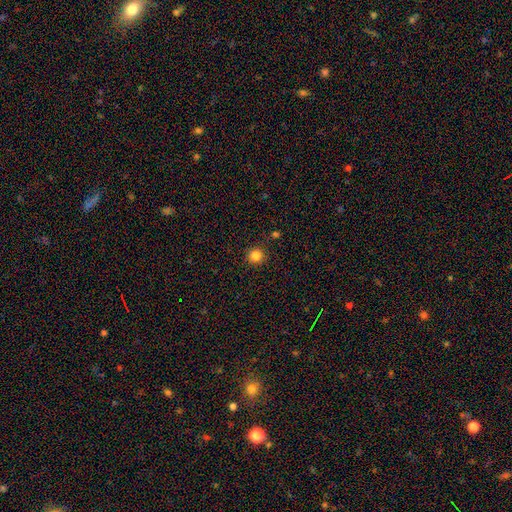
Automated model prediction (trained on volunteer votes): Overall: smooth (84%). How rounded: round (94%). Merging: none (91%).